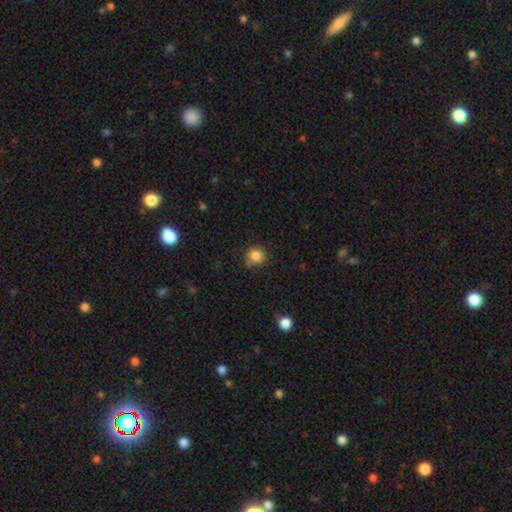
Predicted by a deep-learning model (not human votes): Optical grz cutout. It shows a smooth galaxy with no disk features (84%) that is round (90%). Merging: none (75%).